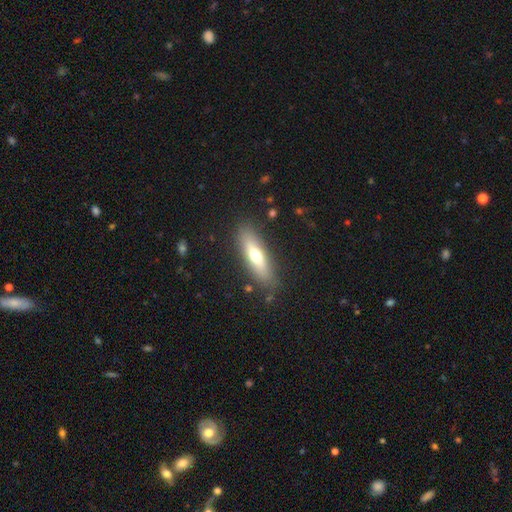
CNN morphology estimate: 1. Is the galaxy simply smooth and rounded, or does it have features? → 60% smooth, 34% featured or disk, 6% star or artifact.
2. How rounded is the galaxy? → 58% cigar-shaped, 40% in between, 2% round.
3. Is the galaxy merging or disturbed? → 83% none, 12% minor disturbance, 3% major disturbance, 2% merger.